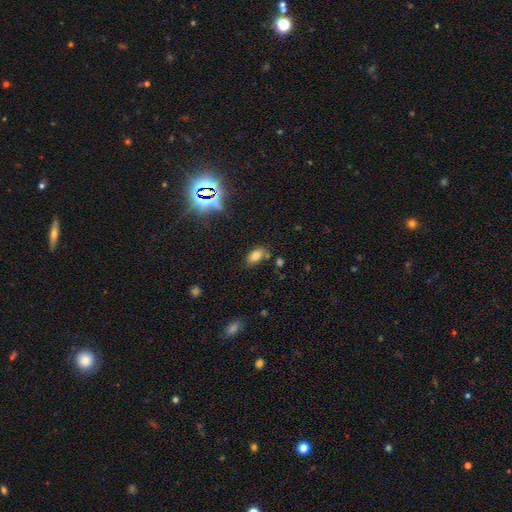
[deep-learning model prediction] A smooth galaxy with no disk features (76%) that is in between round and cigar-shaped (90%). Merging: none (74%).